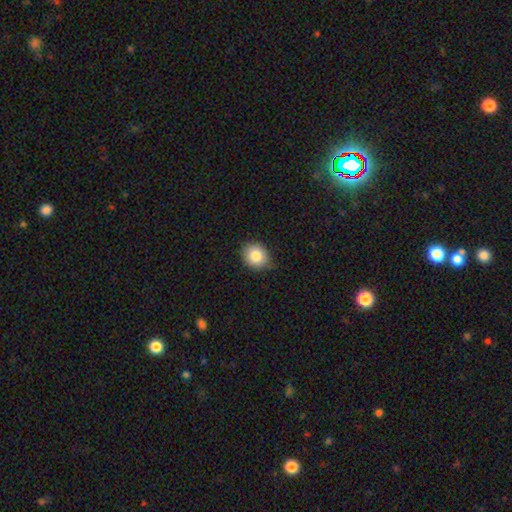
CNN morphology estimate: smooth 83%, star or artifact 9%, featured or disk 8%. Down the decision tree: how rounded — round (71%); merging — none (79%).